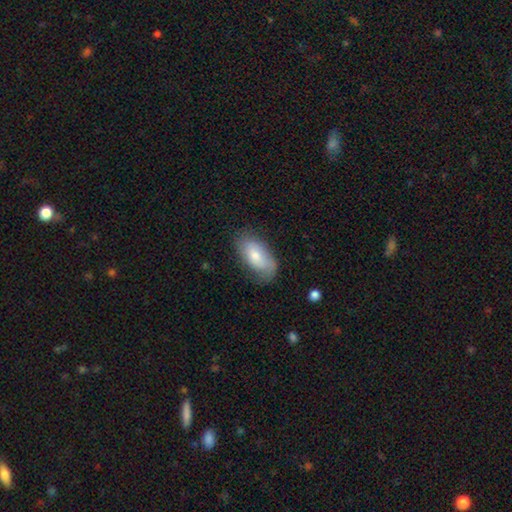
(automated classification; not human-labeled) A smooth galaxy with no disk features (71%) that is in between round and cigar-shaped (93%).

Vote fractions:
- Smooth or featured? smooth: 71% / featured or disk: 22% / star or artifact: 6%
- How rounded? in between: 93% / cigar-shaped: 4% / round: 3%
- Merging? none: 66% / minor disturbance: 25% / major disturbance: 8% / merger: 2%